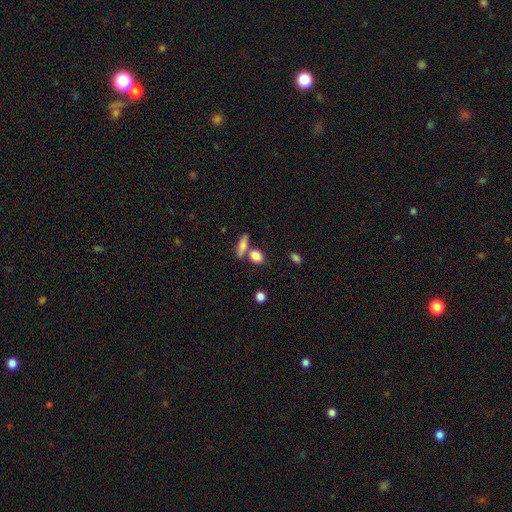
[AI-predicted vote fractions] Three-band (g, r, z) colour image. It shows a smooth galaxy with no disk features (82%) that is in between round and cigar-shaped (59%). Merging: none (59%).